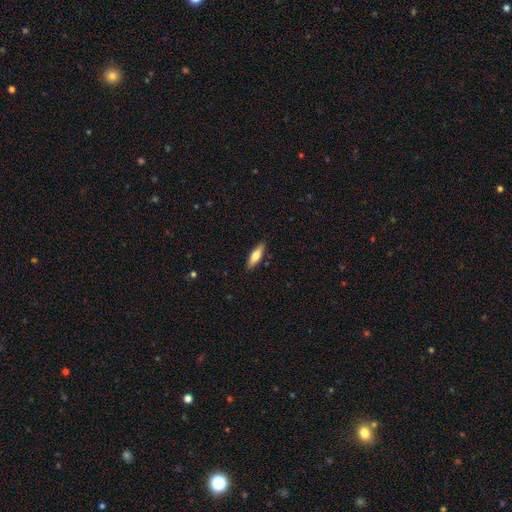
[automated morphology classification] smooth_or_featured: smooth (p=0.75) [alt: featured or disk p=0.19]
how_rounded: in between (p=0.56) [alt: cigar-shaped p=0.42]
merging: none (p=0.87) [alt: minor disturbance p=0.10]